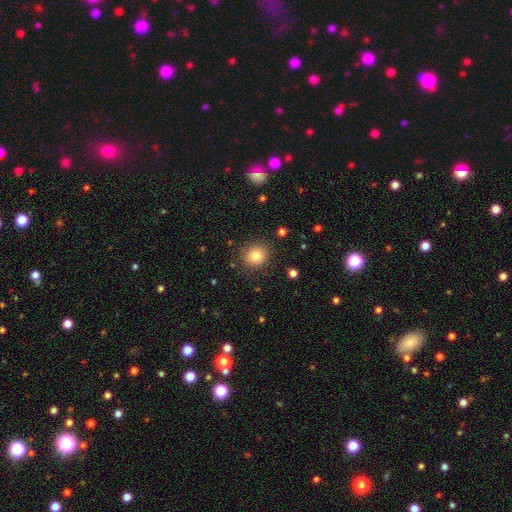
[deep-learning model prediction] This is clearly a smooth galaxy (81%). How rounded: clearly round (90%). Merging: clearly none (89%).